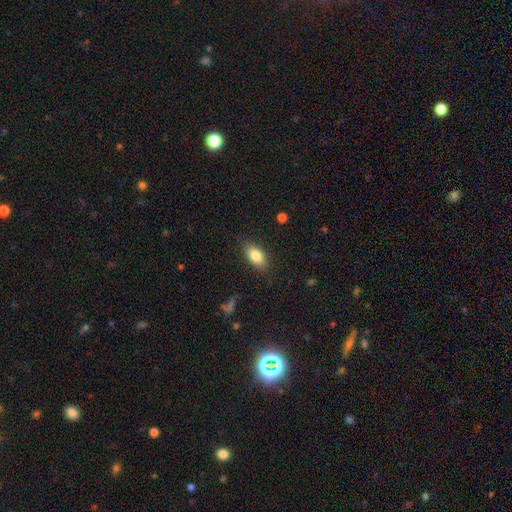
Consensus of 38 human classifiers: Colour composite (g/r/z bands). It shows a smooth galaxy with no disk features (87%) that is in between round and cigar-shaped (97%). Merging: none (86%).